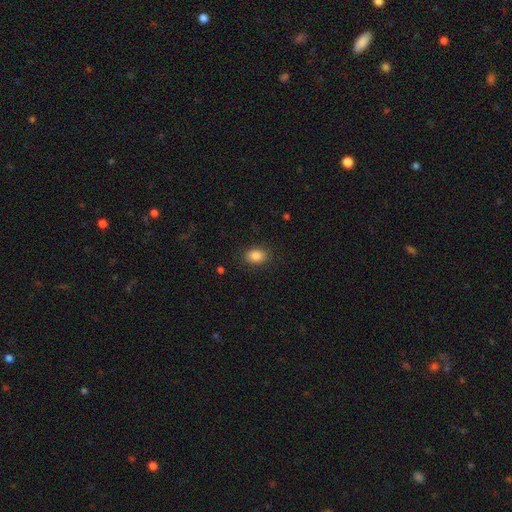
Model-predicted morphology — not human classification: Smooth or featured: smooth — 87% (star or artifact — 9%)
How rounded: in between — 74% (round — 25%)
Merging: none — 86% (minor disturbance — 10%)